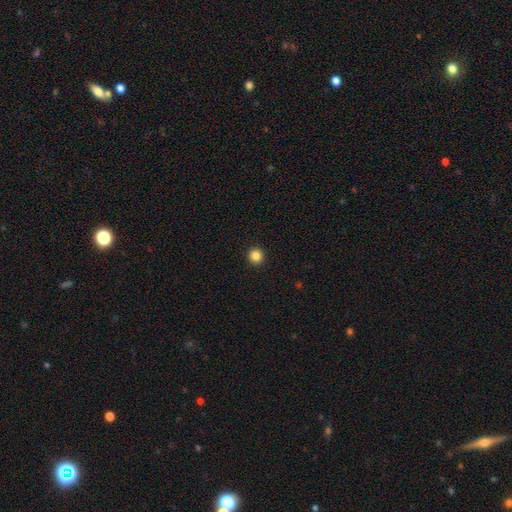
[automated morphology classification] The model was most divided on "smooth or featured": smooth: 86%, star or artifact: 11%, featured or disk: 3%. More confident: how rounded — round (94%); merging — none (94%).